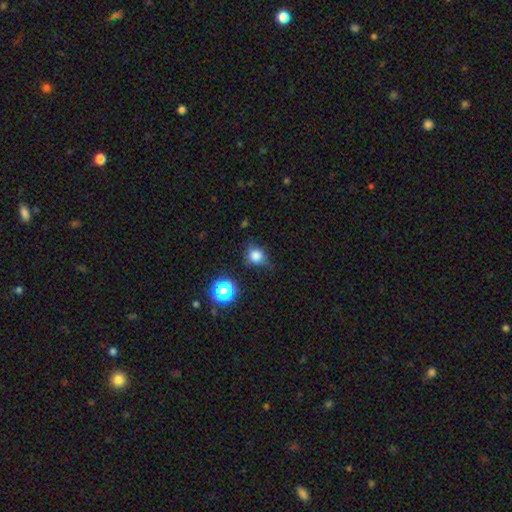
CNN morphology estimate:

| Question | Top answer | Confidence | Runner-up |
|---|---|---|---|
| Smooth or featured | smooth | 78% | star or artifact (14%) |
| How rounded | round | 73% | in between (26%) |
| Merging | none | 58% | minor disturbance (30%) |